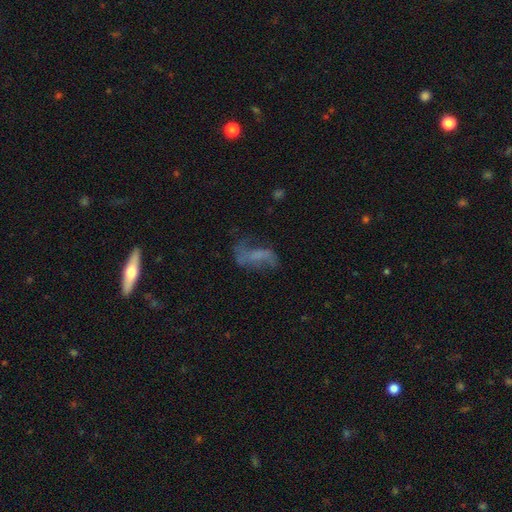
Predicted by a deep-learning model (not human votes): This appears to be a featured or disk galaxy (58%) with no bar (52%), spiral arms (68%) and no central bulge (66%). Merging: none (47%).